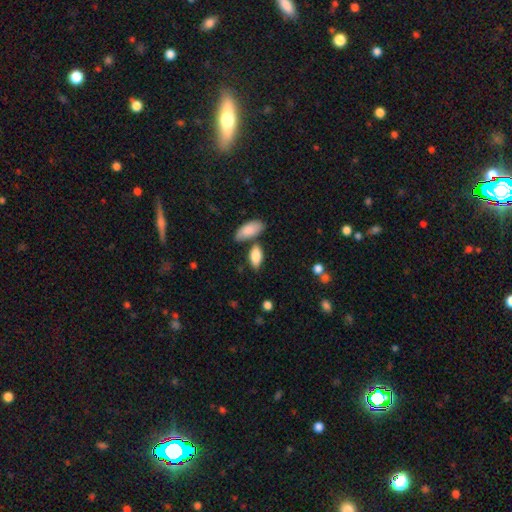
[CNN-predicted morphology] Smooth or featured? smooth (84%)
How rounded? in between (89%)
Merging? none (63%)